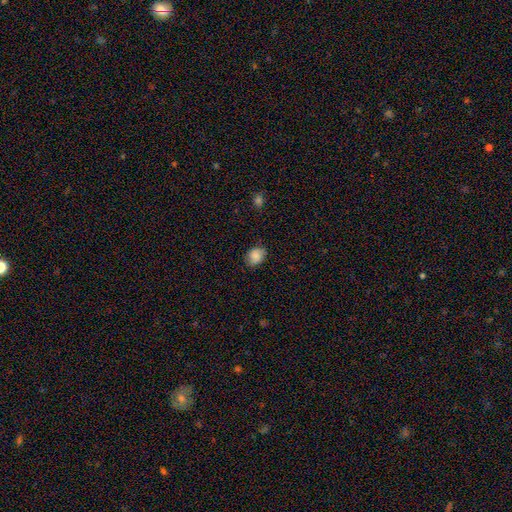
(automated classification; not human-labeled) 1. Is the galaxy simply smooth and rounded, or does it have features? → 85% smooth, 8% star or artifact, 6% featured or disk.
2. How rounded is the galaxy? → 51% in between, 48% round, 1% cigar-shaped.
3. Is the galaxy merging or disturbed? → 77% none, 18% minor disturbance, 3% major disturbance, 1% merger.